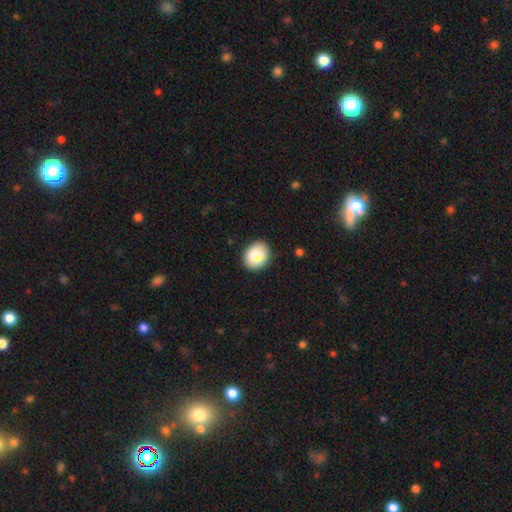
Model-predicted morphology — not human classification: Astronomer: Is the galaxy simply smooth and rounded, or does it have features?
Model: smooth — 82%.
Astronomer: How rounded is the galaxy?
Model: round — 61% (runner-up: in between, 38%).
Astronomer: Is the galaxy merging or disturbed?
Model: none — 87%.